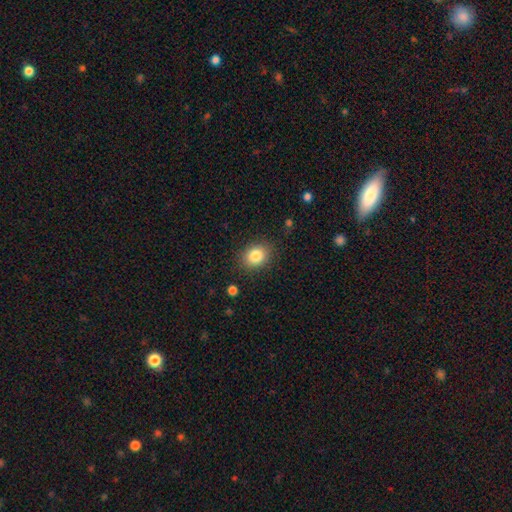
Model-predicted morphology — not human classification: This appears to be a smooth galaxy with no disk features (83%) that is round (53%). Merging: none (86%).